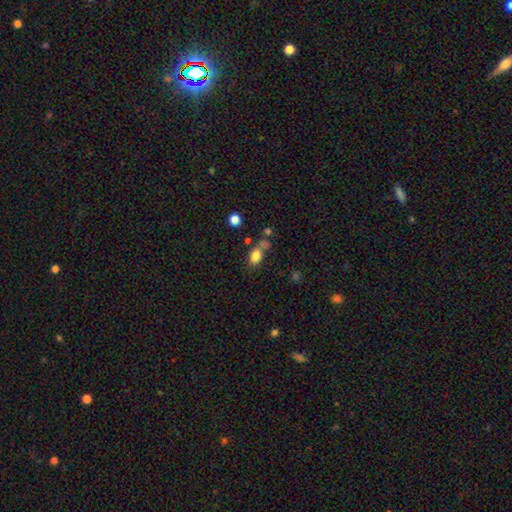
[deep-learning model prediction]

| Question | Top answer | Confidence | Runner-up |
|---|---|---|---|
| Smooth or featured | smooth | 80% | star or artifact (11%) |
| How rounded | in between | 78% | round (20%) |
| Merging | none | 49% | merger (22%) |